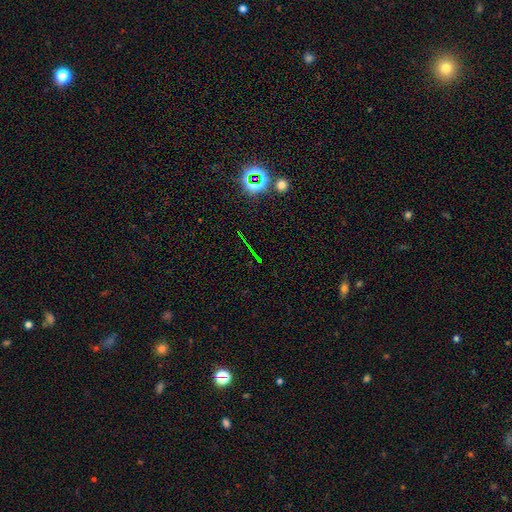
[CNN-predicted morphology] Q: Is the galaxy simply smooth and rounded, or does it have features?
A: star or artifact — 76%.